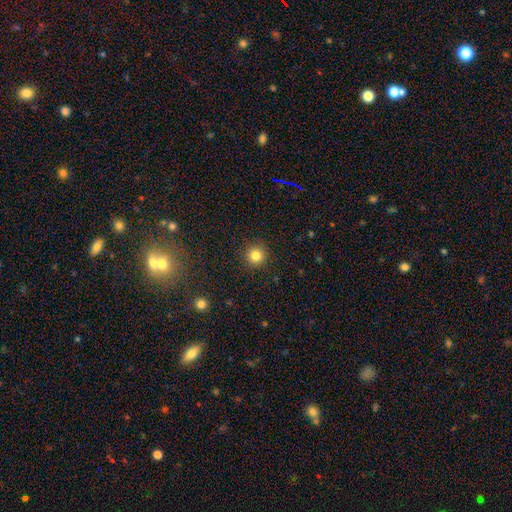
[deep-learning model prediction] Q: Smooth or featured?
A: smooth (82%); runner-up: star or artifact (12%)
Q: How rounded?
A: round (95%); runner-up: in between (4%)
Q: Merging?
A: none (92%); runner-up: minor disturbance (5%)